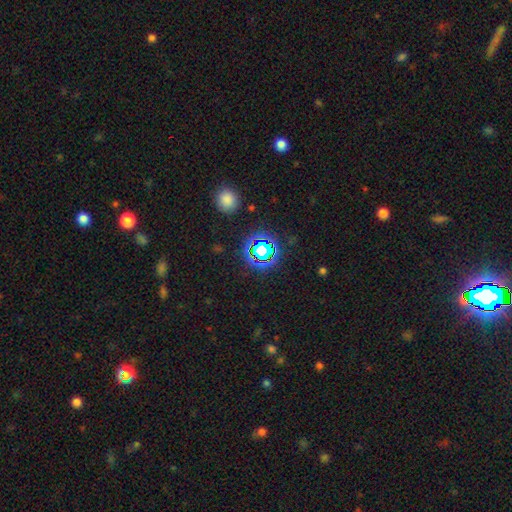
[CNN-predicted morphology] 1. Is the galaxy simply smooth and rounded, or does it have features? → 74% star or artifact, 18% smooth, 8% featured or disk.